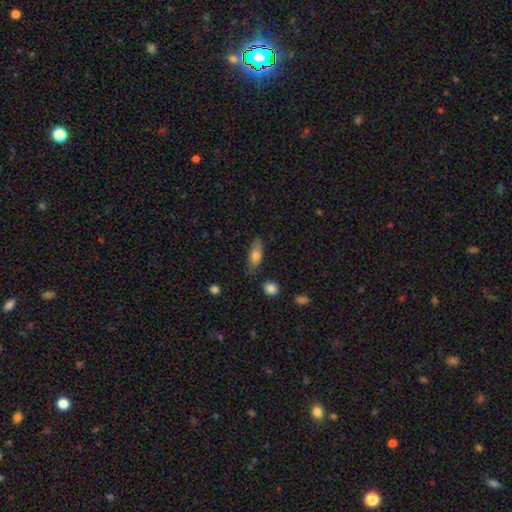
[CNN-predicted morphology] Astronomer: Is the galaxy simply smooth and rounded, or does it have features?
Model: smooth — 73%.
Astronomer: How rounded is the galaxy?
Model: in between — 76%.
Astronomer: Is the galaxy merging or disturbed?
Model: none — 71%.